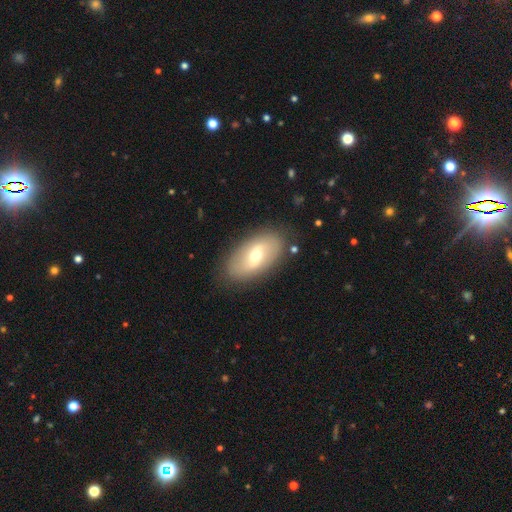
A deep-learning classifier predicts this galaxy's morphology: Overall: featured or disk (48%; smooth 45%). Merging: none (84%).